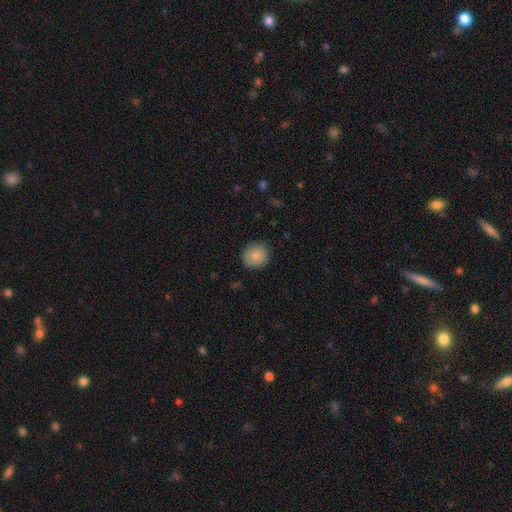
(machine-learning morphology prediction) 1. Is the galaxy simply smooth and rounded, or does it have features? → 84% smooth, 8% star or artifact, 8% featured or disk.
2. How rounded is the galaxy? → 88% round, 11% in between, 1% cigar-shaped.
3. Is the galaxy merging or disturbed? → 88% none, 9% minor disturbance, 2% major disturbance, 1% merger.